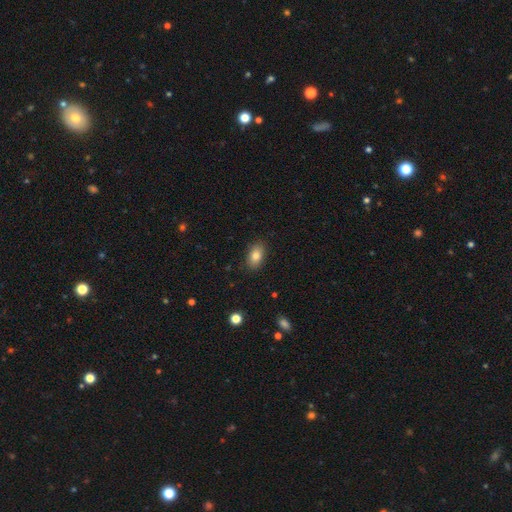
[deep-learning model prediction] smooth_or_featured: smooth (p=0.83) [alt: star or artifact p=0.09]
how_rounded: in between (p=0.89) [alt: round p=0.08]
merging: none (p=0.87) [alt: minor disturbance p=0.10]